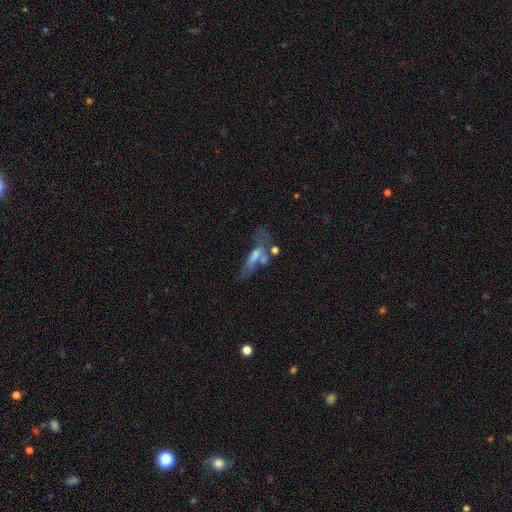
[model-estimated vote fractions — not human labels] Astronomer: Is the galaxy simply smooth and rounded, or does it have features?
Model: smooth — 51% (runner-up: featured or disk, 38%).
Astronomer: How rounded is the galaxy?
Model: cigar-shaped — 60% (runner-up: in between, 37%).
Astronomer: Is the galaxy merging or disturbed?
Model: none — 30% (runner-up: merger, 27%).